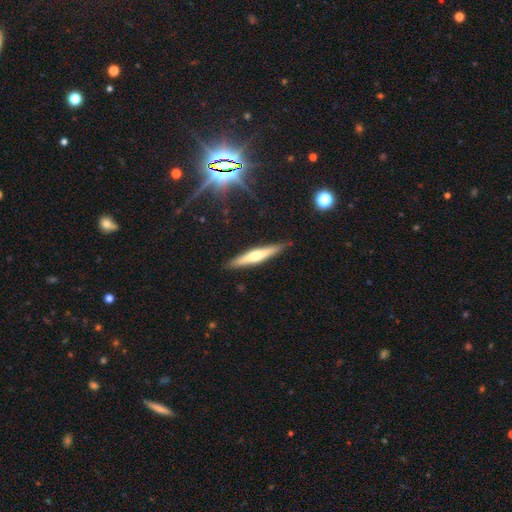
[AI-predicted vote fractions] smooth-or-featured: featured or disk: 52% | smooth: 42% | star or artifact: 6%
  disk-edge-on: yes: 95% | no: 5%
  merging: none: 89% | minor disturbance: 8% | major disturbance: 2% | merger: 1%